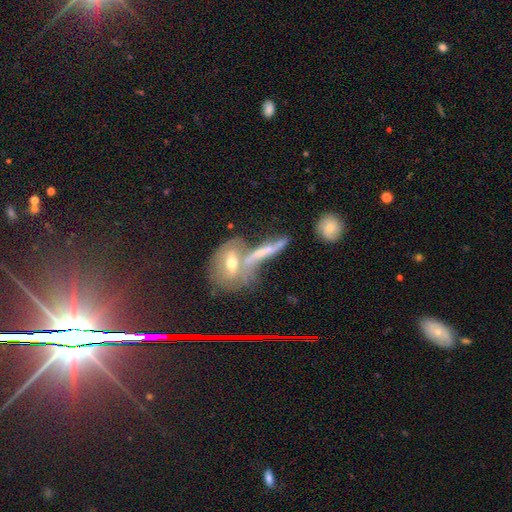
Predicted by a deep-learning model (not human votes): smooth_or_featured: featured or disk (p=0.41) [alt: star or artifact p=0.35]
merging: none (p=0.44) [alt: merger p=0.36]